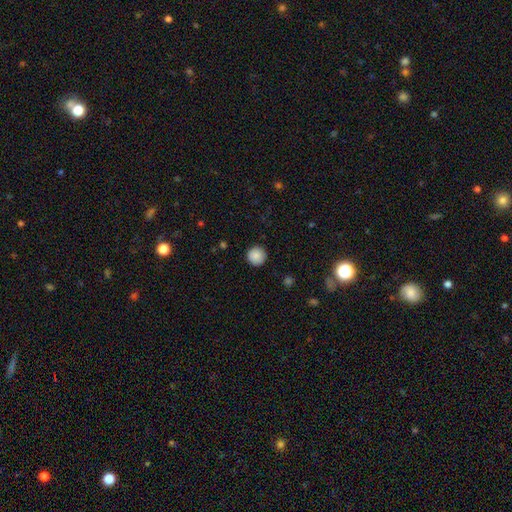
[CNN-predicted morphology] The model was most divided on "smooth or featured": smooth: 88%, star or artifact: 9%, featured or disk: 3%. More confident: how rounded — round (96%); merging — none (92%).